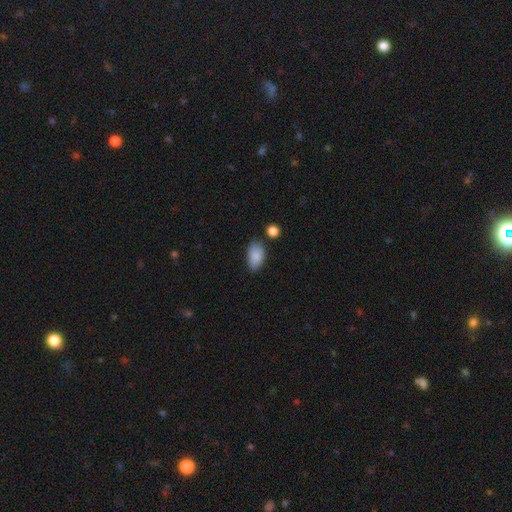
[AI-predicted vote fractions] A smooth galaxy with no disk features (86%) that is in between round and cigar-shaped (93%).

Vote fractions:
- Smooth or featured? smooth: 86% / star or artifact: 7% / featured or disk: 7%
- How rounded? in between: 93% / round: 5% / cigar-shaped: 2%
- Merging? none: 71% / minor disturbance: 20% / merger: 5% / major disturbance: 4%